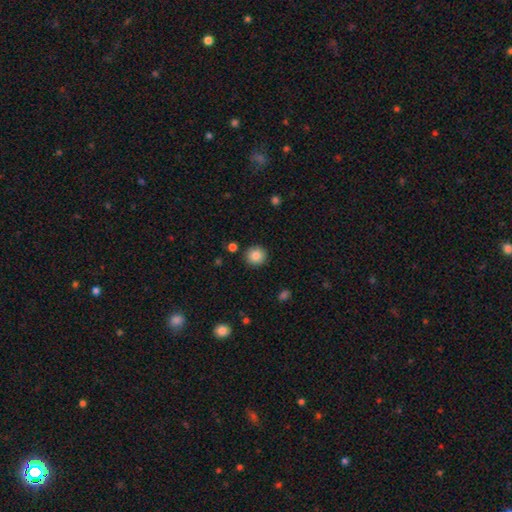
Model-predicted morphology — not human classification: A smooth galaxy with no disk features (86%) that is round (92%).

Vote fractions:
- Smooth or featured? smooth: 86% / star or artifact: 9% / featured or disk: 5%
- How rounded? round: 92% / in between: 7% / cigar-shaped: 1%
- Merging? none: 90% / minor disturbance: 6% / merger: 2% / major disturbance: 2%